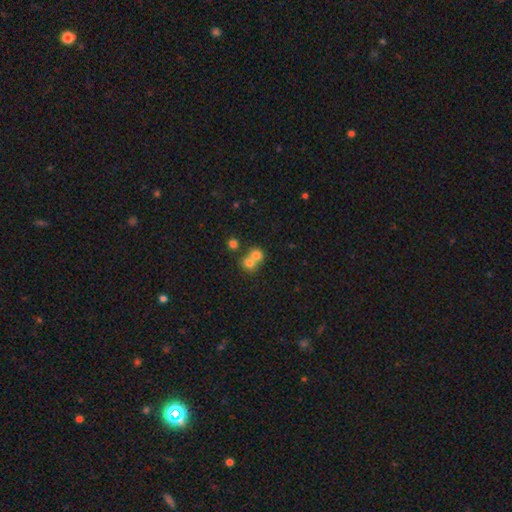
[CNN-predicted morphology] Smooth or featured? smooth (73%)
How rounded? round (80%)
Merging? merger (59%)